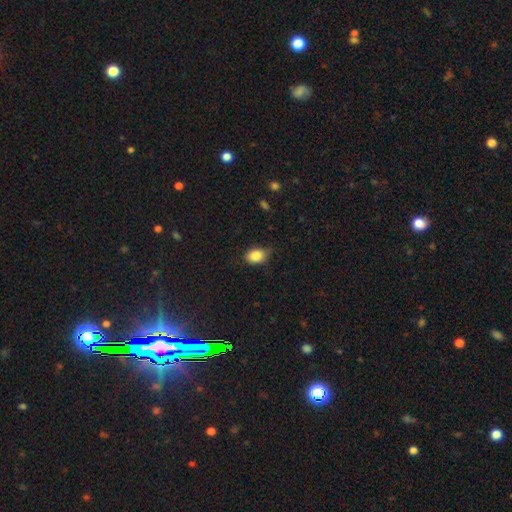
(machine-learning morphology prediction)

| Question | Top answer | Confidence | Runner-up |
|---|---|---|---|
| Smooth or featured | smooth | 84% | star or artifact (9%) |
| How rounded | in between | 70% | round (29%) |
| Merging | none | 66% | minor disturbance (28%) |